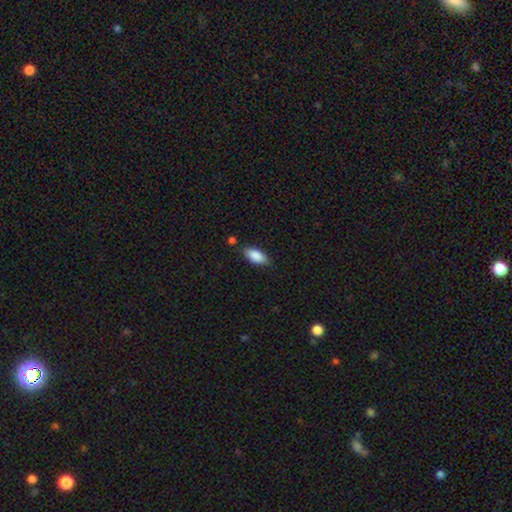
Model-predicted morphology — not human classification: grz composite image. It shows a smooth galaxy with no disk features (87%) that is in between round and cigar-shaped (87%). Merging: none (79%).